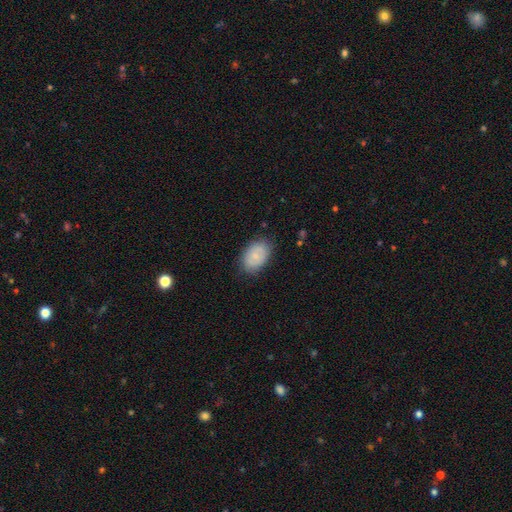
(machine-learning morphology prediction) smooth_or_featured: smooth (p=0.72) [alt: featured or disk p=0.21]
how_rounded: in between (p=0.86) [alt: round p=0.12]
merging: none (p=0.79) [alt: minor disturbance p=0.16]